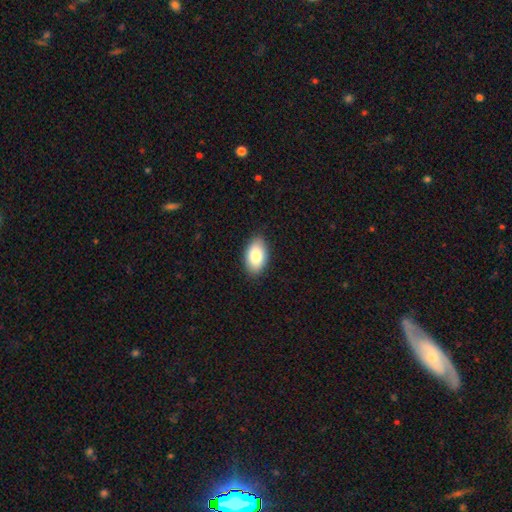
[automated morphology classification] Smooth or featured? Predicted: smooth (p=0.83). How rounded? Predicted: in between (p=0.94). Merging? Predicted: none (p=0.87).